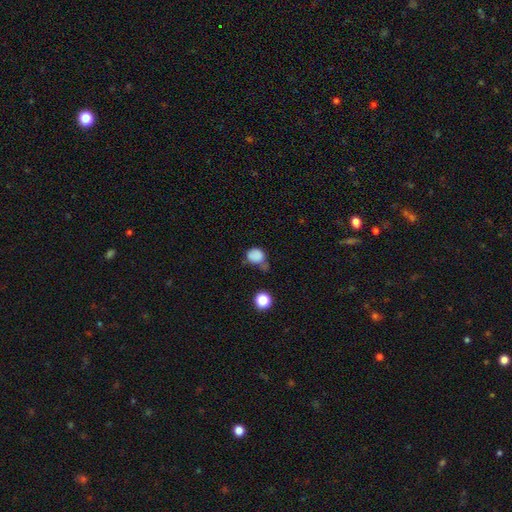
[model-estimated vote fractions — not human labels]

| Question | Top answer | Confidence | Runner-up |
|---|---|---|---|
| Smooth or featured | smooth | 82% | star or artifact (11%) |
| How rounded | round | 63% | in between (36%) |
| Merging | none | 42% | minor disturbance (30%) |